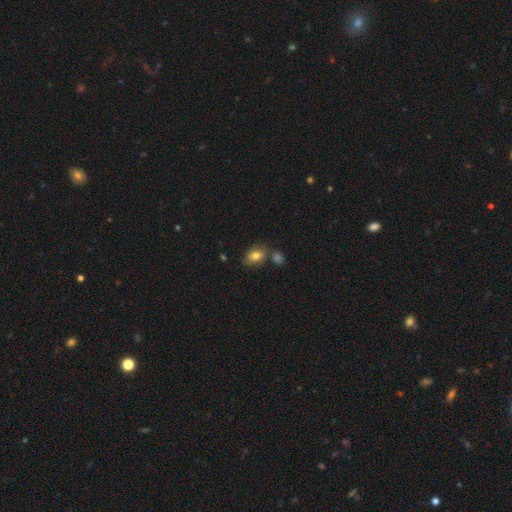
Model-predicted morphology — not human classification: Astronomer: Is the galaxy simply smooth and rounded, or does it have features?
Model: smooth — 79%.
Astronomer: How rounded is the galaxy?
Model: in between — 80%.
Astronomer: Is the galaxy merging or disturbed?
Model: none — 68%.